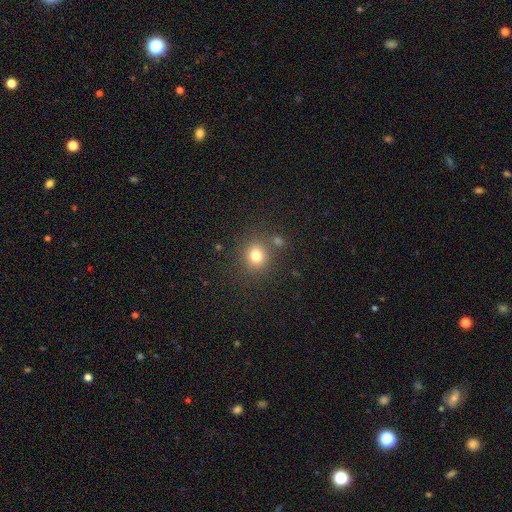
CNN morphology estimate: smooth 78%, star or artifact 15%, featured or disk 7%. Down the decision tree: how rounded — round (85%); merging — none (79%).